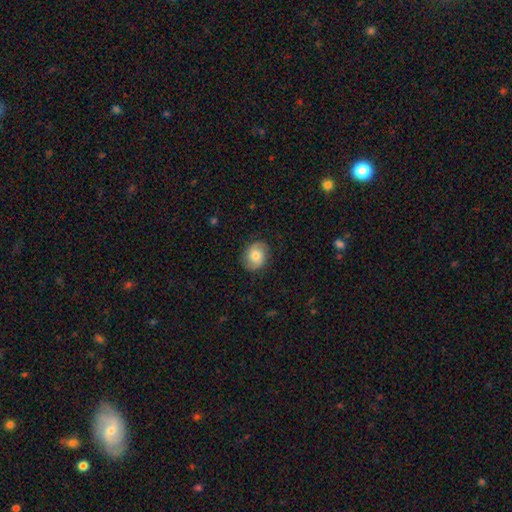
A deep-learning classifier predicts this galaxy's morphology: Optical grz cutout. It shows a smooth galaxy with no disk features (51%) that is round (55%). Merging: none (84%).